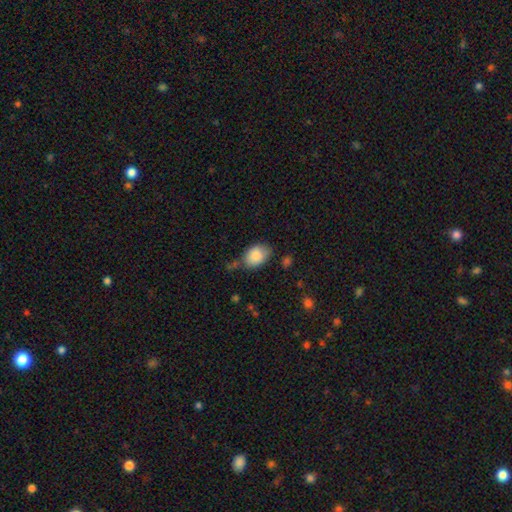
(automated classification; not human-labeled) This appears to be a smooth galaxy with no disk features (85%) that is in between round and cigar-shaped (82%). Merging: none (65%).